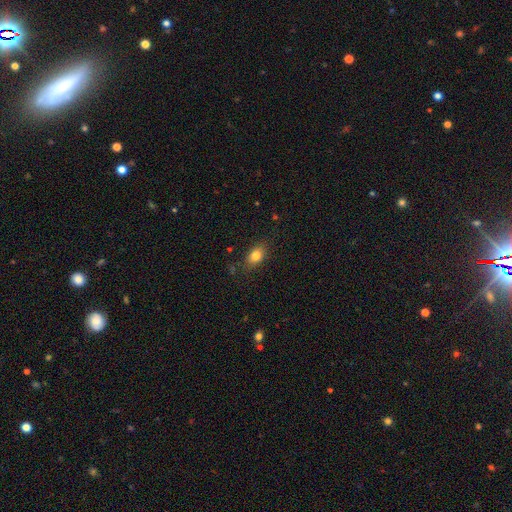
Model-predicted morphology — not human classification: Smooth or featured? Predicted: smooth (p=0.80). How rounded? Predicted: in between (p=0.81). Merging? Predicted: none (p=0.81).